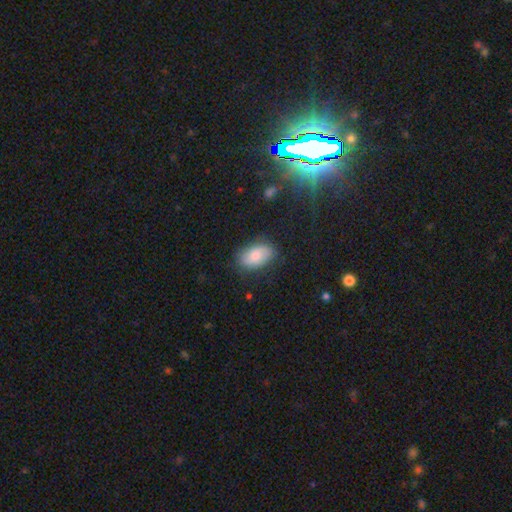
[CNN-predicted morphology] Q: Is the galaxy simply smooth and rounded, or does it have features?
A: smooth — 76%.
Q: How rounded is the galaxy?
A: in between — 93%.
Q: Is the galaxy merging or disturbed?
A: none — 77%.